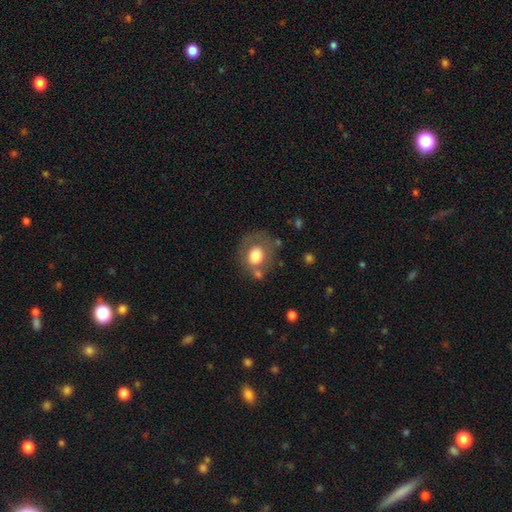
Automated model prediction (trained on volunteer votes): This is likely a smooth galaxy (72%). How rounded: likely round (67%). Merging: possibly none (59%).